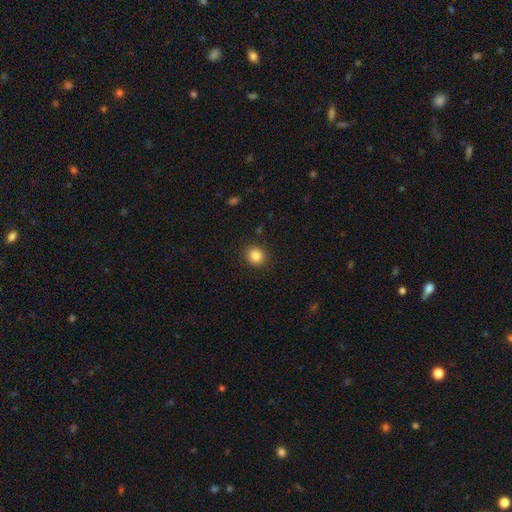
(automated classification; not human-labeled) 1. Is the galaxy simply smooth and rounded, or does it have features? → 85% smooth, 10% star or artifact, 4% featured or disk.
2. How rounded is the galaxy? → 84% round, 15% in between, 1% cigar-shaped.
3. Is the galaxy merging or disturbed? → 89% none, 7% minor disturbance, 2% major disturbance, 1% merger.